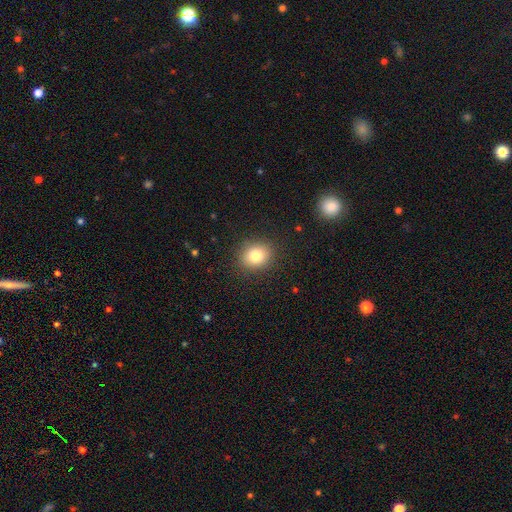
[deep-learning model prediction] Smooth or featured? Predicted: smooth (p=0.82). How rounded? Predicted: round (p=0.68). Merging? Predicted: none (p=0.89).